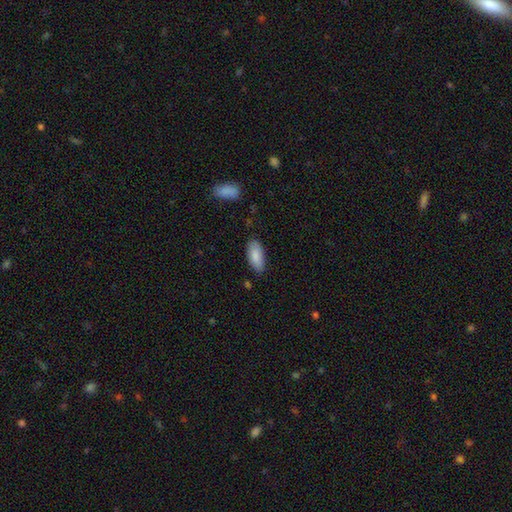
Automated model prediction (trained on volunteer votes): Smooth or featured: smooth — 87% (featured or disk — 7%)
How rounded: in between — 86% (cigar-shaped — 12%)
Merging: none — 83% (minor disturbance — 13%)